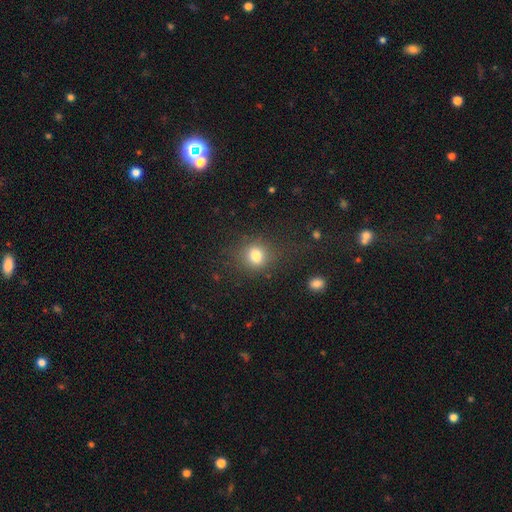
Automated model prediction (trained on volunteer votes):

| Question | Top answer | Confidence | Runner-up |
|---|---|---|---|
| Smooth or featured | smooth | 79% | star or artifact (14%) |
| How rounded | round | 77% | in between (22%) |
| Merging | none | 78% | minor disturbance (12%) |